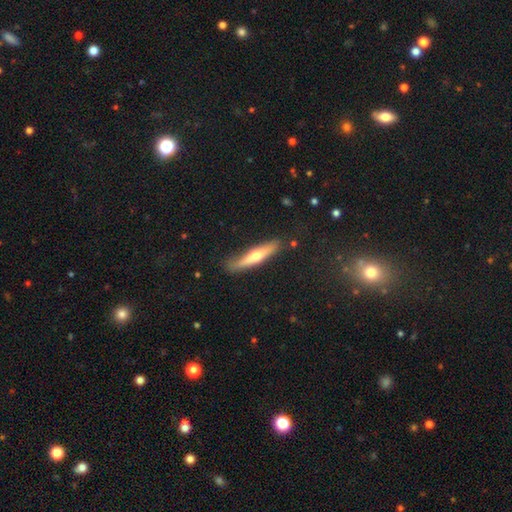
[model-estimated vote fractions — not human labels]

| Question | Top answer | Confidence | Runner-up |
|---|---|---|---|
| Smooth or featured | featured or disk | 49% | smooth (45%) |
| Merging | none | 80% | minor disturbance (14%) |